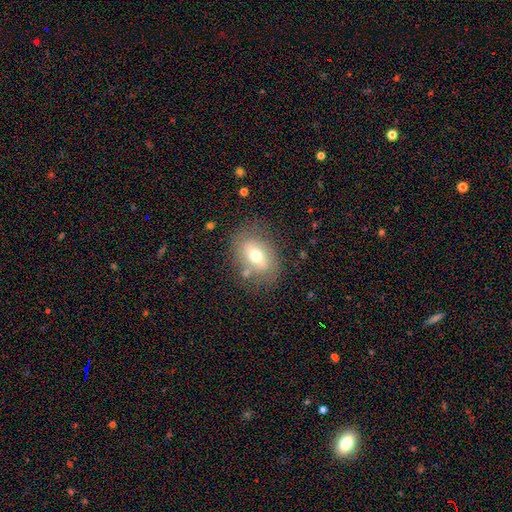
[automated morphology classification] smooth 57%, featured or disk 34%, star or artifact 10%. Down the decision tree: how rounded — in between (75%); merging — none (71%).